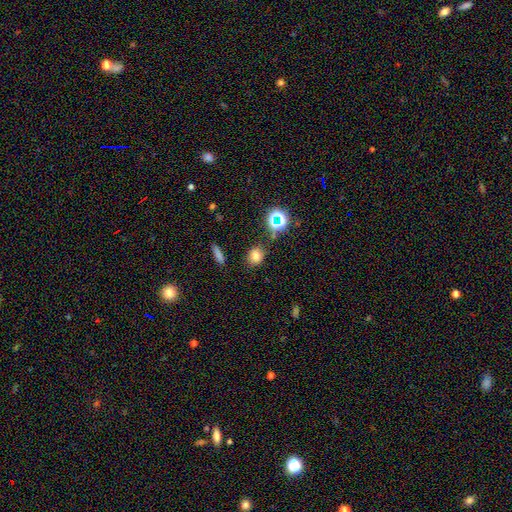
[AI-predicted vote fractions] Smooth or featured: smooth — 74% (star or artifact — 18%)
How rounded: round — 69% (in between — 29%)
Merging: none — 83% (minor disturbance — 10%)